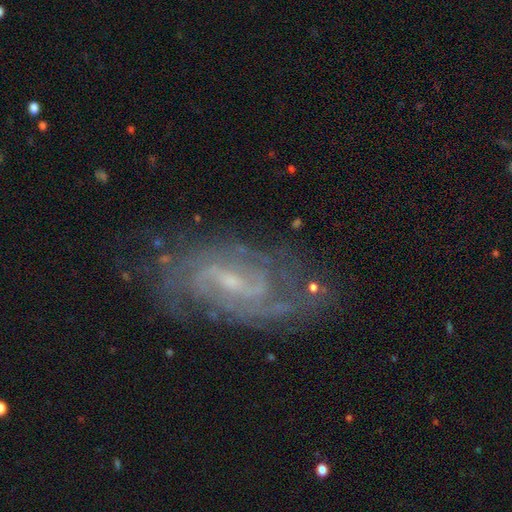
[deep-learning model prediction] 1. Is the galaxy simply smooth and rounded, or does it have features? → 83% featured or disk, 9% star or artifact, 8% smooth.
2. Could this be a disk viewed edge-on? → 95% no, 5% yes.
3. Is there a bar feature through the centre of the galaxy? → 57% weak, 25% no, 18% strong.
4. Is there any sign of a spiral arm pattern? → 95% yes, 5% no.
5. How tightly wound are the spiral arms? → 46% tight, 41% medium, 14% loose.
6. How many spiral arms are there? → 37% 2, 33% can't tell, 12% 3, 7% 4, 5% 1, 5% more than 4.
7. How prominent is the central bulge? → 68% small, 22% moderate, 8% none, 1% large, 1% dominant.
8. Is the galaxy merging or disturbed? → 75% none, 16% minor disturbance, 7% major disturbance, 2% merger.